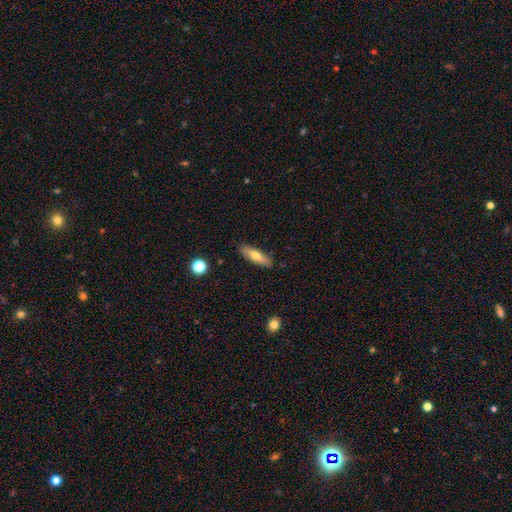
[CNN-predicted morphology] Overall: smooth (62%; featured or disk 31%). How rounded: cigar-shaped (58%; in between 40%). Merging: none (87%).